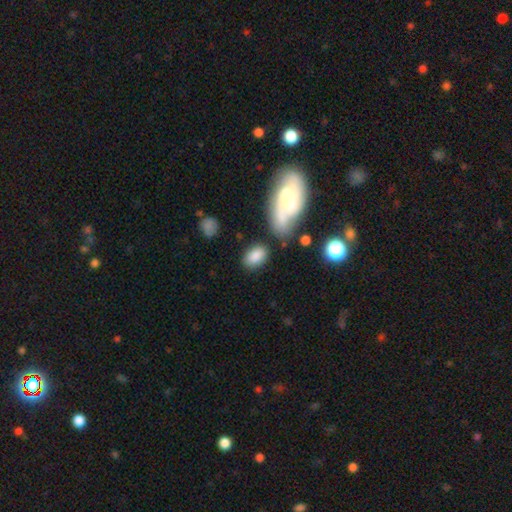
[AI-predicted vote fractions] Q: Smooth or featured?
A: smooth (85%); runner-up: featured or disk (8%)
Q: How rounded?
A: in between (89%); runner-up: round (9%)
Q: Merging?
A: none (73%); runner-up: minor disturbance (14%)